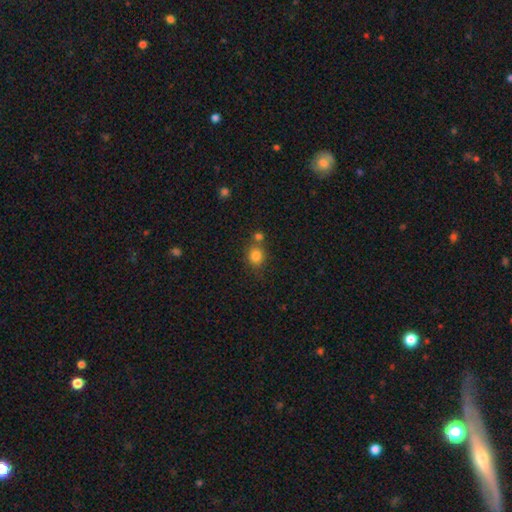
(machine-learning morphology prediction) Smooth or featured? Predicted: smooth (p=0.82). How rounded? Predicted: round (p=0.73). Merging? Predicted: none (p=0.61).